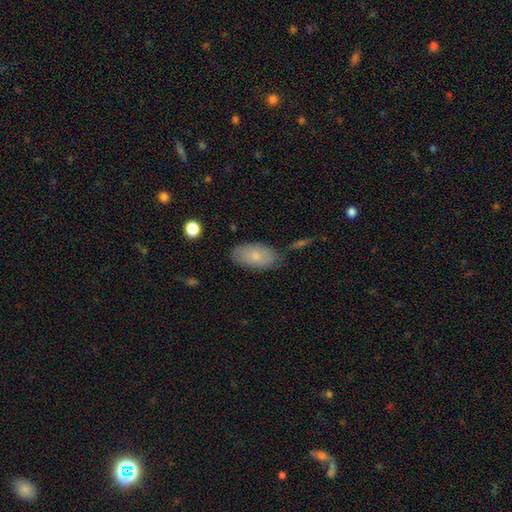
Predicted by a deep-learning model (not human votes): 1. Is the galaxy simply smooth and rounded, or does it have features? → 77% smooth, 16% featured or disk, 7% star or artifact.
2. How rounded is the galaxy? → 94% in between, 3% round, 2% cigar-shaped.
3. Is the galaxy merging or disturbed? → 76% none, 17% minor disturbance, 4% merger, 4% major disturbance.